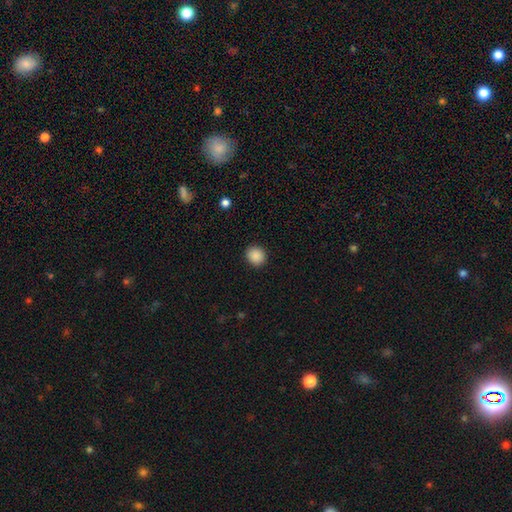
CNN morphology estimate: Smooth or featured?
  - smooth: 89% *
  - star or artifact: 9%
  - featured or disk: 3%
How rounded?
  - round: 83% *
  - in between: 16%
  - cigar-shaped: 1%
Merging?
  - none: 91% *
  - minor disturbance: 6%
  - major disturbance: 2%
  - merger: 1%